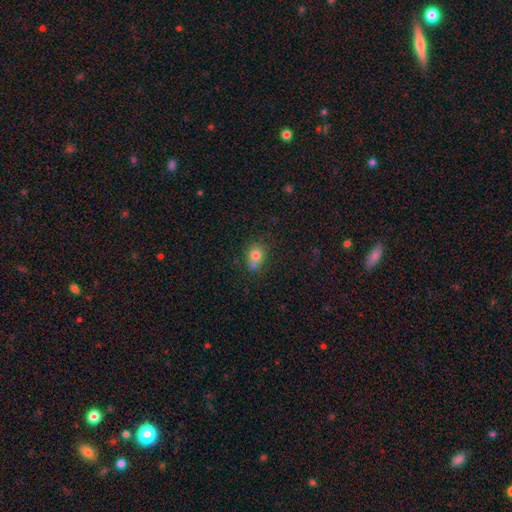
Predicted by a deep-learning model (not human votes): Smooth or featured?
  - smooth: 78% *
  - star or artifact: 12%
  - featured or disk: 10%
How rounded?
  - round: 71% *
  - in between: 28%
  - cigar-shaped: 1%
Merging?
  - none: 54% *
  - merger: 28%
  - minor disturbance: 14%
  - major disturbance: 4%